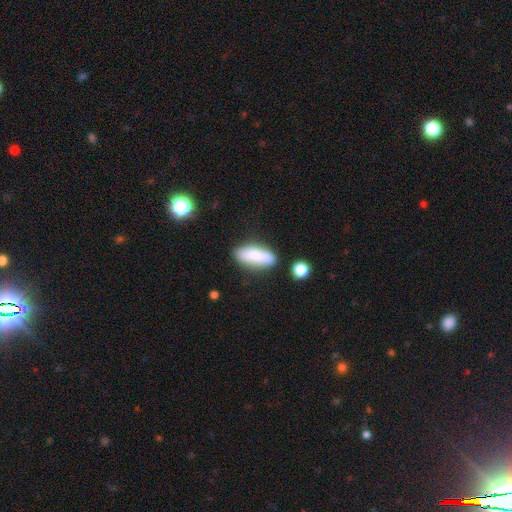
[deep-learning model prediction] Overall: smooth (78%). How rounded: in between (67%; cigar-shaped 30%). Merging: none (74%).